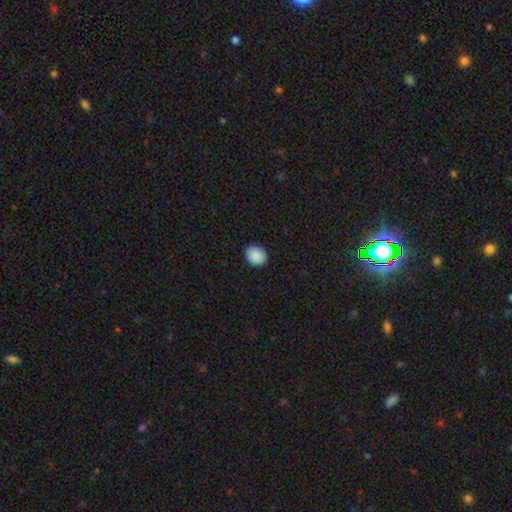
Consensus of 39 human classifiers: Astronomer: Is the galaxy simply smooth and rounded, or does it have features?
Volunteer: smooth — 90%.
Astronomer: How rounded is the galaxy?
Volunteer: round — 80%.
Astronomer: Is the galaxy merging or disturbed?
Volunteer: none — 86%.